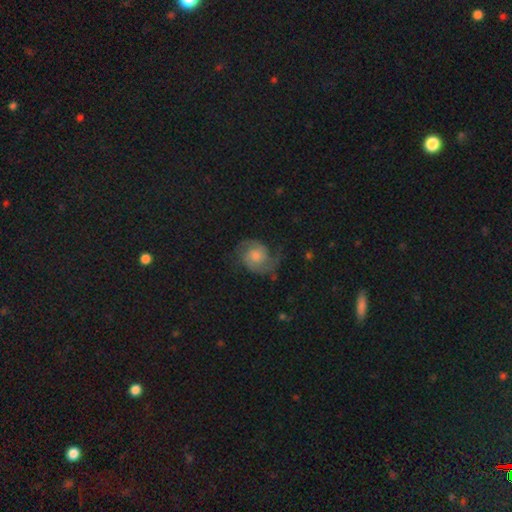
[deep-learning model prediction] smooth_or_featured: featured or disk (p=0.79) [alt: smooth p=0.13]
disk_edge_on: no (p=0.98) [alt: yes p=0.02]
bar: no (p=0.69) [alt: weak p=0.27]
has_spiral_arms: yes (p=0.96) [alt: no p=0.04]
spiral_winding: medium (p=0.48) [alt: tight p=0.32]
spiral_arm_count: 2 (p=0.89) [alt: can't tell p=0.04]
bulge_size: moderate (p=0.52) [alt: small p=0.28]
merging: none (p=0.72) [alt: minor disturbance p=0.17]